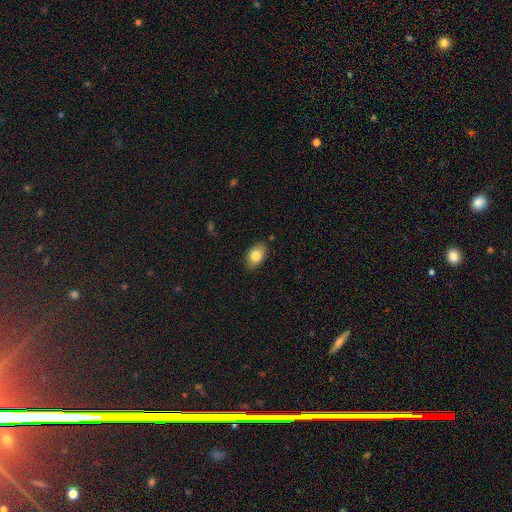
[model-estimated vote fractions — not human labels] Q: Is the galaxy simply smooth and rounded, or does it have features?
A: smooth — 81%.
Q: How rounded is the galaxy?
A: in between — 89%.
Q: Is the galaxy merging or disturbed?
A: none — 85%.